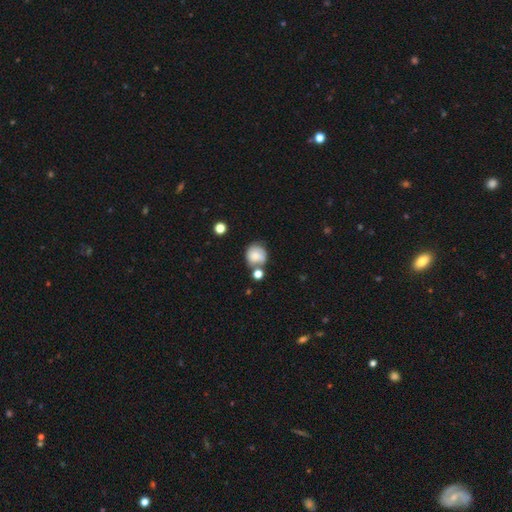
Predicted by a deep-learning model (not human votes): Q: Smooth or featured?
A: smooth (75%); runner-up: featured or disk (16%)
Q: How rounded?
A: round (79%); runner-up: in between (20%)
Q: Merging?
A: none (47%); runner-up: merger (25%)